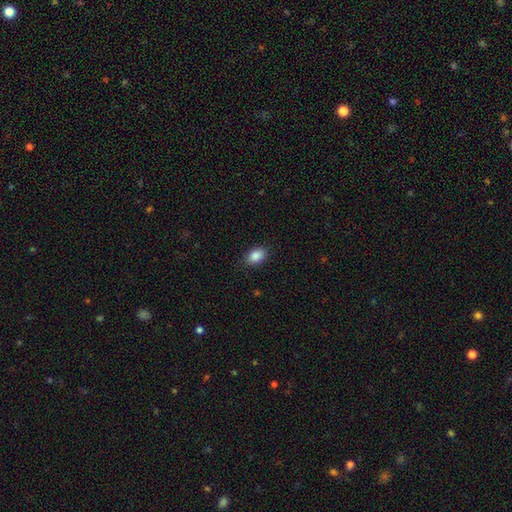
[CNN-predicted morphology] Overall: smooth (88%). How rounded: in between (85%). Merging: none (87%).